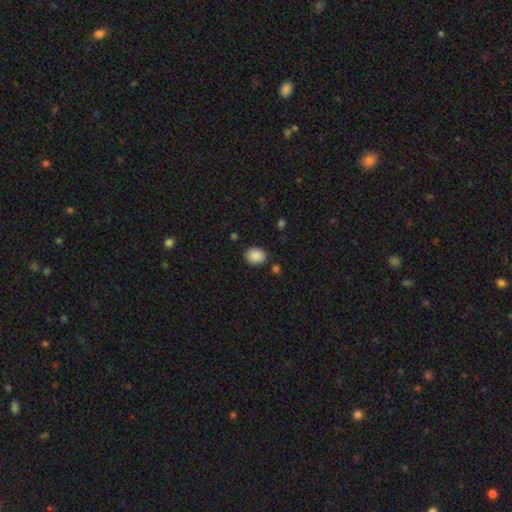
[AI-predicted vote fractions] Morphology: type=smooth (88%); roundness=in between (50%); merging=none (82%).